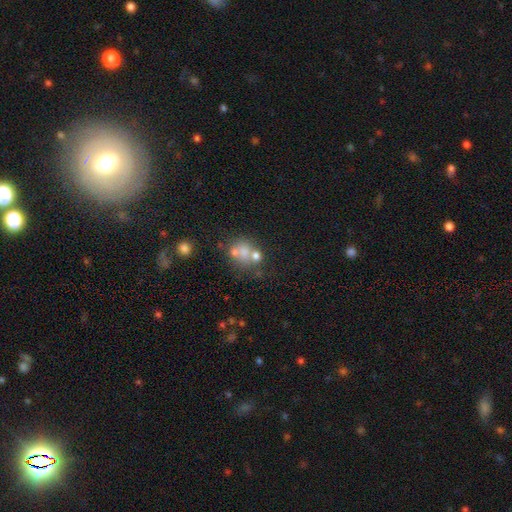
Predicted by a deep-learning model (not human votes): Overall: smooth (62%). How rounded: round (71%). Merging: merger (42%; none 41%).